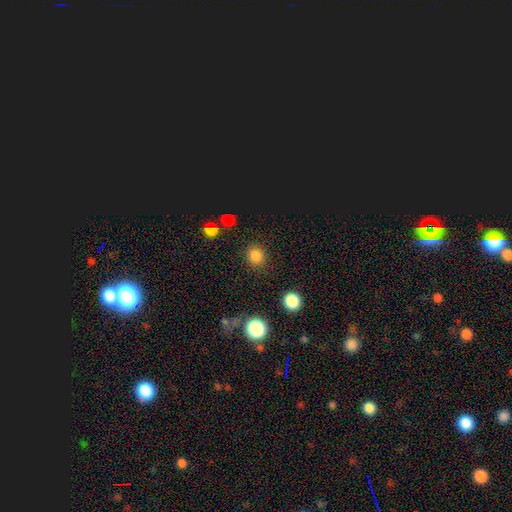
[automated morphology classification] Smooth or featured: smooth — 82% (star or artifact — 14%)
How rounded: round — 79% (in between — 20%)
Merging: none — 87% (minor disturbance — 8%)